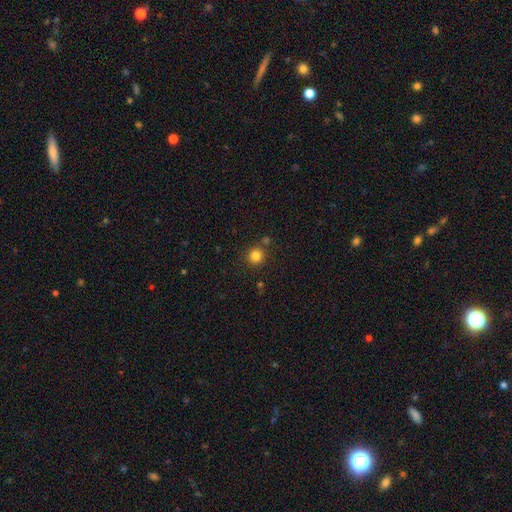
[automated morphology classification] A smooth galaxy with no disk features (82%) that is round (90%). Merging: none (80%).